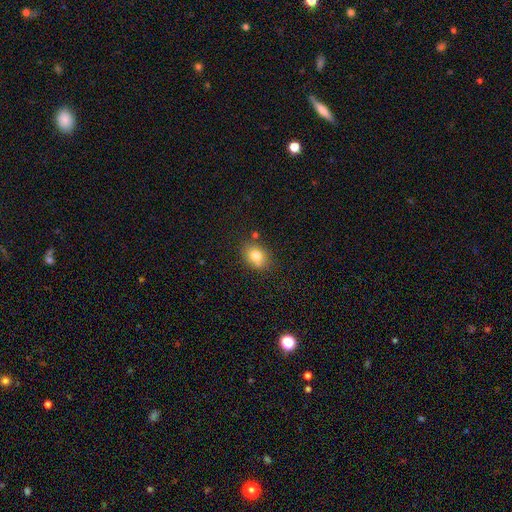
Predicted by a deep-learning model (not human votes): Smooth or featured: smooth — 79% (featured or disk — 11%)
How rounded: in between — 60% (round — 39%)
Merging: none — 71% (minor disturbance — 17%)